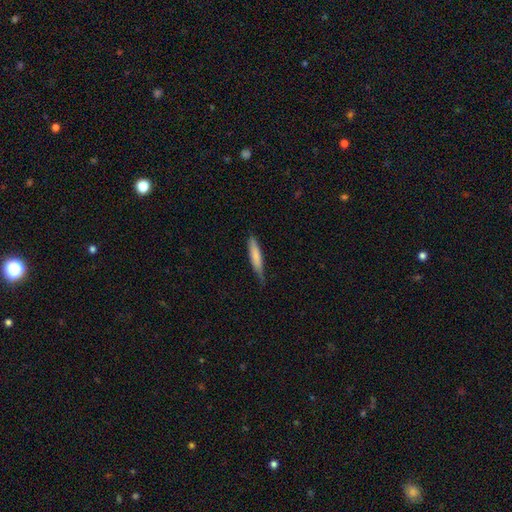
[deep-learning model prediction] Morphology: type=smooth (77%); roundness=cigar-shaped (87%); merging=none (67%).